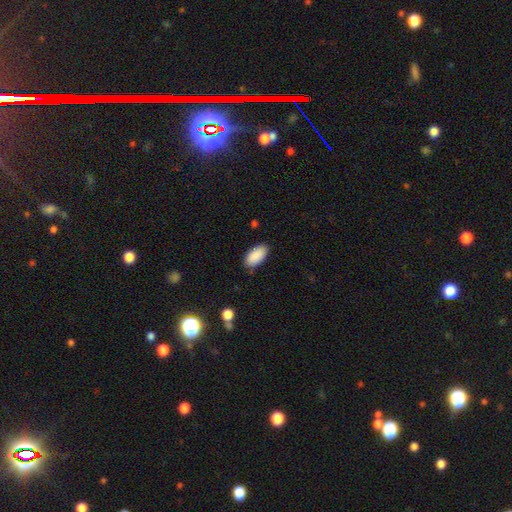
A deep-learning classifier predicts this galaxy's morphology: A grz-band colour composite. It shows a smooth galaxy with no disk features (90%) that is in between round and cigar-shaped (94%). Merging: none (84%).